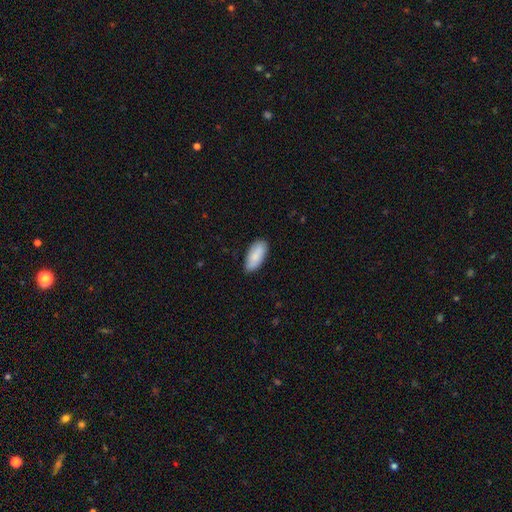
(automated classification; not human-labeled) smooth_or_featured: smooth (p=0.82) [alt: featured or disk p=0.12]
how_rounded: in between (p=0.89) [alt: cigar-shaped p=0.09]
merging: none (p=0.81) [alt: minor disturbance p=0.15]